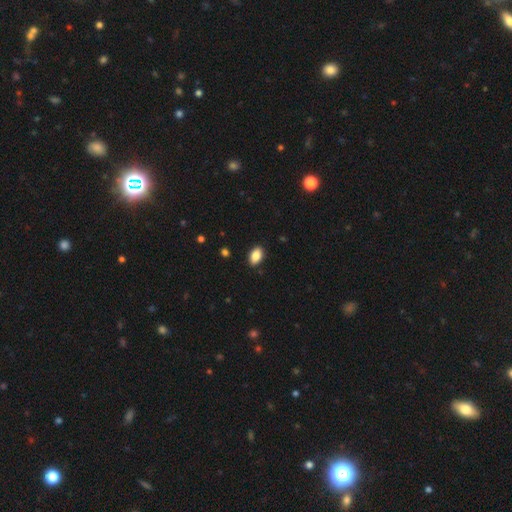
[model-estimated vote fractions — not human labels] Morphology: type=smooth (87%); roundness=in between (90%); merging=none (89%).